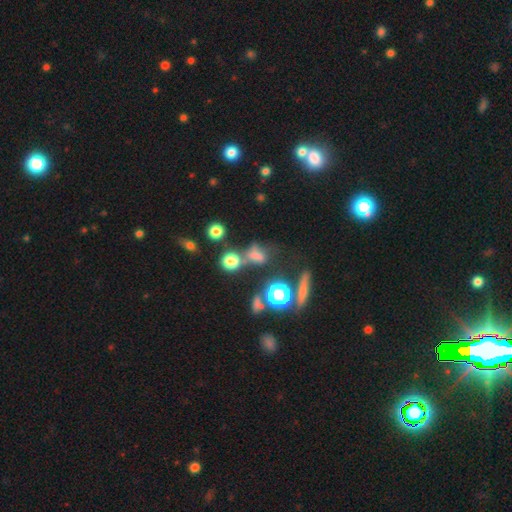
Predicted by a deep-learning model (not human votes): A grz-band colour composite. It shows a smooth galaxy with no disk features (52%) that is round (48%). Merging: none (46%).